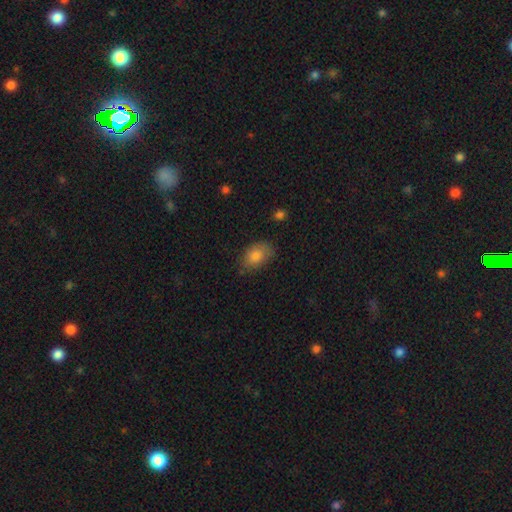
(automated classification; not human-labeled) smooth 81%, featured or disk 11%, star or artifact 8%. Down the decision tree: how rounded — in between (85%); merging — none (71%).